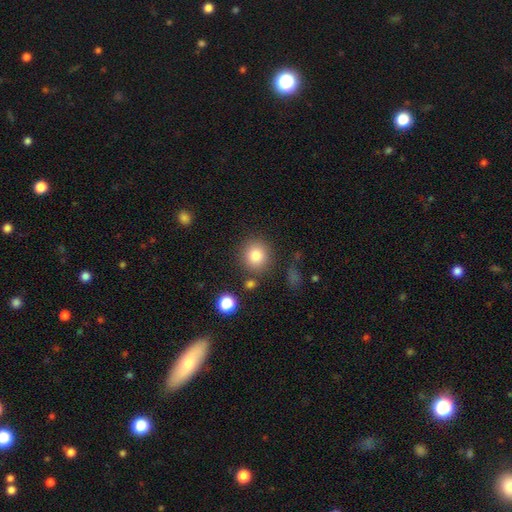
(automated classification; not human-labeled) Smooth or featured?
  - smooth: 83% *
  - star or artifact: 10%
  - featured or disk: 7%
How rounded?
  - round: 87% *
  - in between: 12%
  - cigar-shaped: 1%
Merging?
  - none: 82% *
  - minor disturbance: 9%
  - merger: 5%
  - major disturbance: 4%